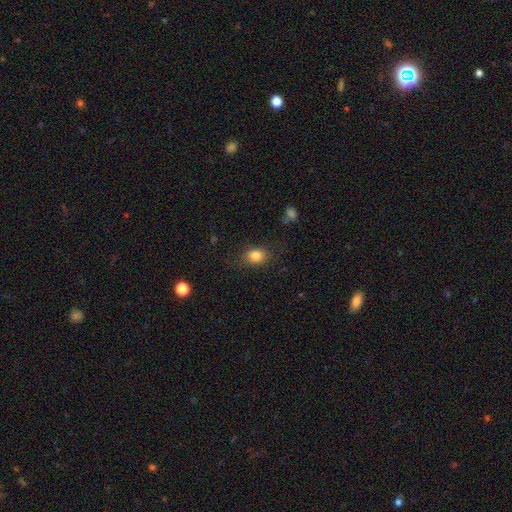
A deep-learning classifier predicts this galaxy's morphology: Smooth or featured? Predicted: smooth (p=0.83). How rounded? Predicted: in between (p=0.59). Merging? Predicted: none (p=0.80).